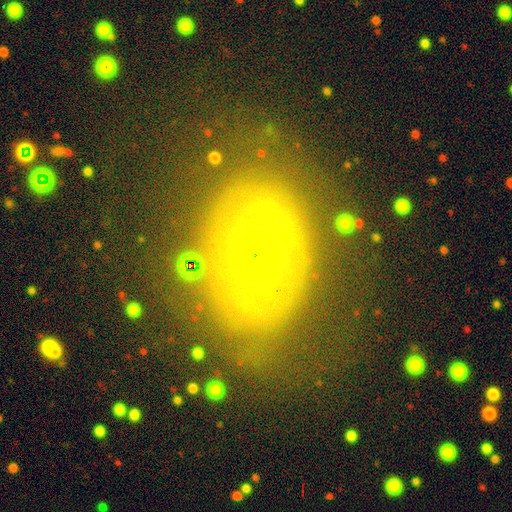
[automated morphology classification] smooth_or_featured: featured or disk (p=0.51) [alt: smooth p=0.32]
disk_edge_on: no (p=0.94) [alt: yes p=0.06]
merging: none (p=0.61) [alt: minor disturbance p=0.19]